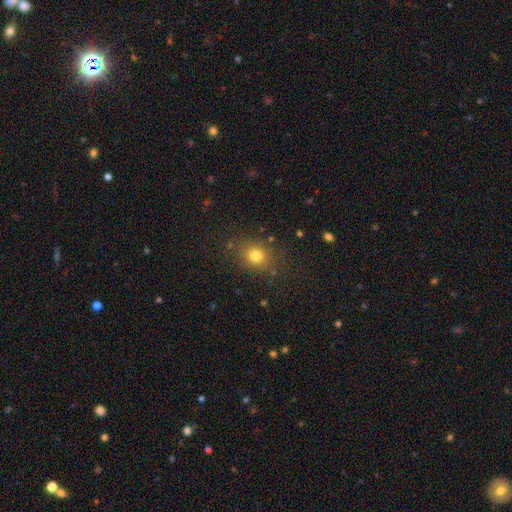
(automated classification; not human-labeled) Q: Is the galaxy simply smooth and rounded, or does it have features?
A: smooth — 78%.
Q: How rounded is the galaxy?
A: round — 64%.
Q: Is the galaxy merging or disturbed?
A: none — 81%.